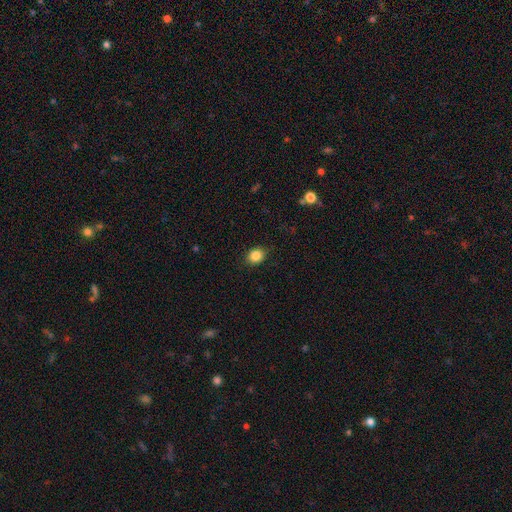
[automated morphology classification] Smooth or featured: smooth — 86% (star or artifact — 10%)
How rounded: round — 53% (in between — 46%)
Merging: none — 87% (minor disturbance — 9%)